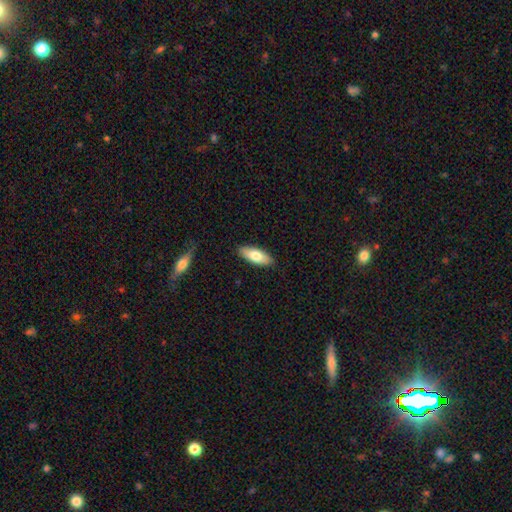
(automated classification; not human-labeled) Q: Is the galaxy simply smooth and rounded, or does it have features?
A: smooth — 76%.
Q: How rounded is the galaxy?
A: in between — 74%.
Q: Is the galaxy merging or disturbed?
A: none — 88%.